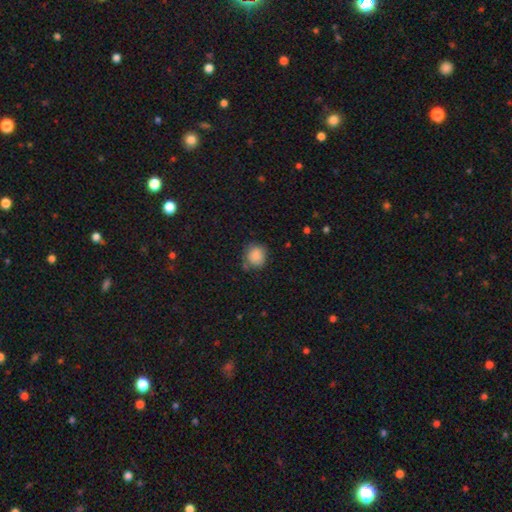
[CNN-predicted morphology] Smooth or featured?
  - smooth: 87% *
  - star or artifact: 9%
  - featured or disk: 4%
How rounded?
  - round: 81% *
  - in between: 18%
  - cigar-shaped: 1%
Merging?
  - none: 73% *
  - minor disturbance: 18%
  - major disturbance: 5%
  - merger: 4%